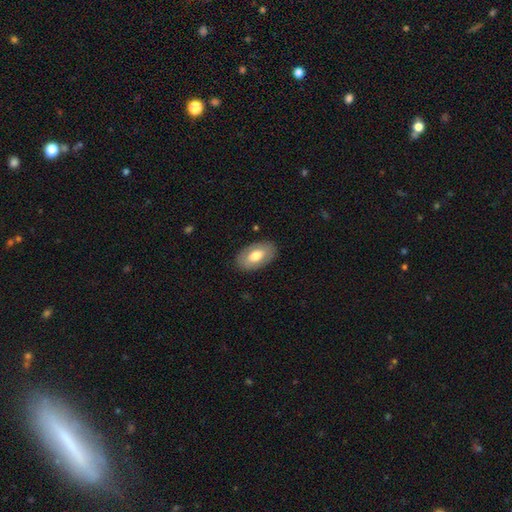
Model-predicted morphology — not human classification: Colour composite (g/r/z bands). It shows a smooth galaxy with no disk features (69%) that is in between round and cigar-shaped (93%). Merging: none (86%).